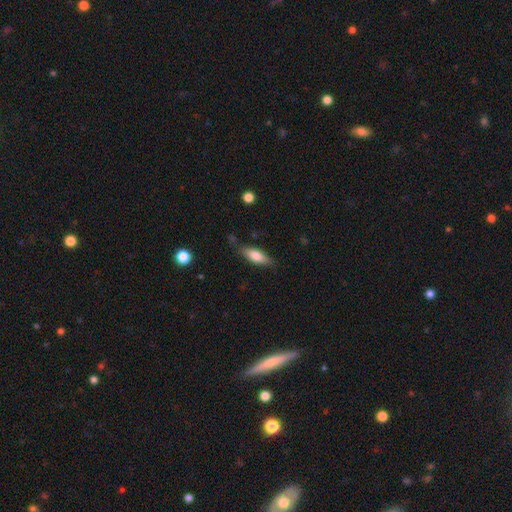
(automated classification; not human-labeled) Morphology: type=smooth (71%); roundness=in between (59%); merging=none (78%).